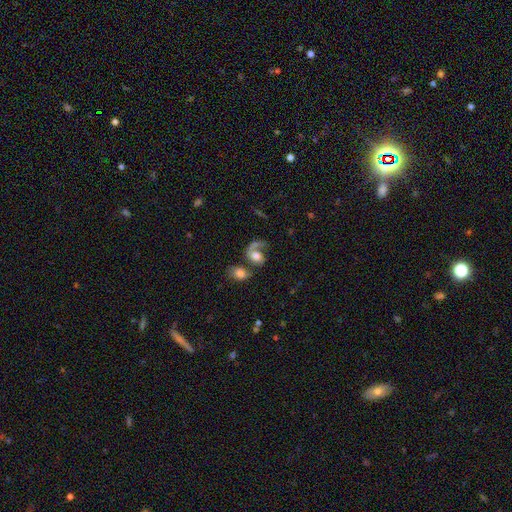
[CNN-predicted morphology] type=featured or disk (46%); merging=merger (44%).